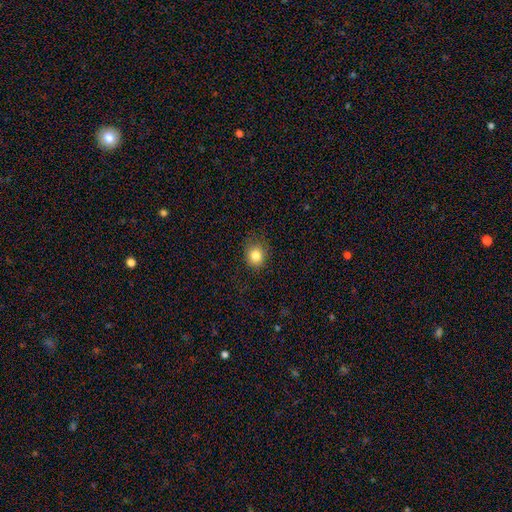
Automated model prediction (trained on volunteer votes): Overall: smooth (83%). How rounded: round (72%). Merging: none (80%).